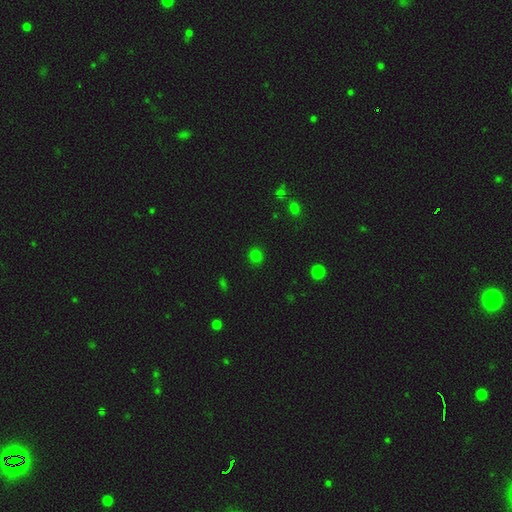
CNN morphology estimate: Smooth or featured? smooth (78%)
How rounded? round (87%)
Merging? none (89%)